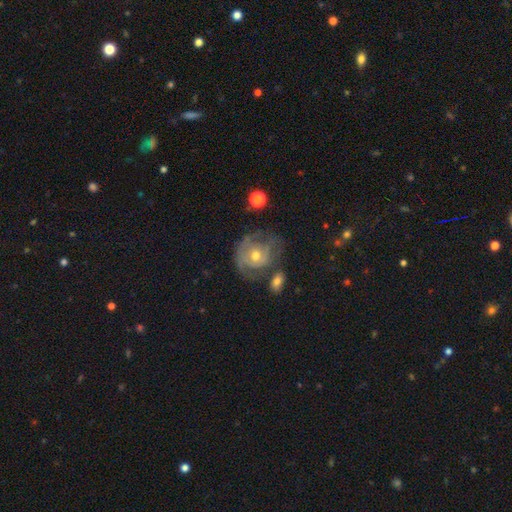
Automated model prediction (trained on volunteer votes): Overall: featured or disk (70%). Edge-on disk: no (97%). Bar: no (77%). Spiral arms: yes (72%). Bulge size: moderate (59%; small 36%). Merging: none (49%; minor disturbance 23%).